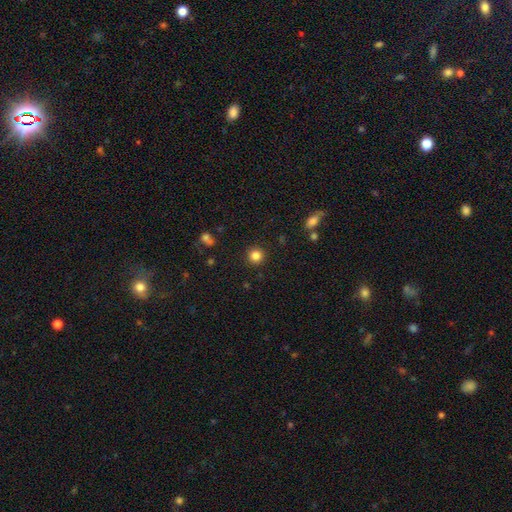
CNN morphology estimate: A smooth galaxy with no disk features (84%) that is round (94%). Merging: none (92%).